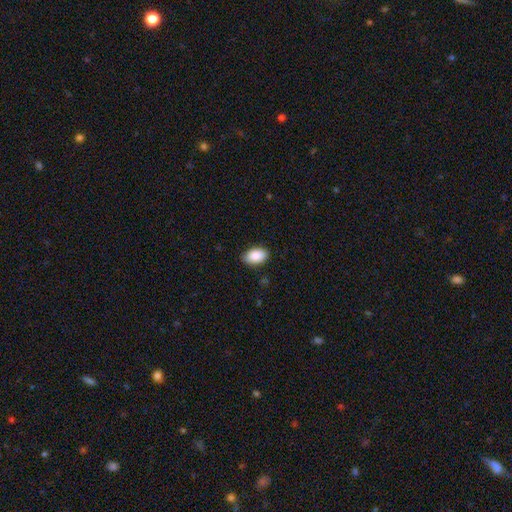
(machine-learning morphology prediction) Smooth or featured? Predicted: smooth (p=0.89). How rounded? Predicted: in between (p=0.92). Merging? Predicted: none (p=0.85).